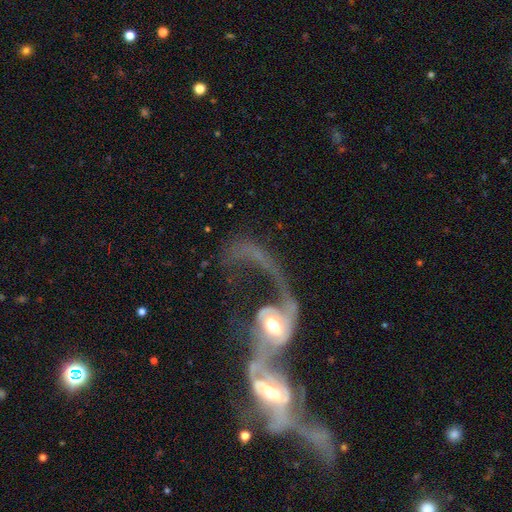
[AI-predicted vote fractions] smooth-or-featured: featured or disk: 77% | smooth: 14% | star or artifact: 9%
  disk-edge-on: no: 94% | yes: 6%
    bar: no: 55% | weak: 29% | strong: 17%
    has-spiral-arms: yes: 80% | no: 20%
      spiral-winding: loose: 74% | medium: 19% | tight: 7%
      spiral-arm-count: 2: 48% | 1: 37% | can't tell: 9% | 3: 3% | 4: 2% | more than 4: 2%
    bulge-size: moderate: 60% | small: 23% | large: 11% | none: 4% | dominant: 3%
  merging: merger: 75% | major disturbance: 14% | none: 7% | minor disturbance: 4%